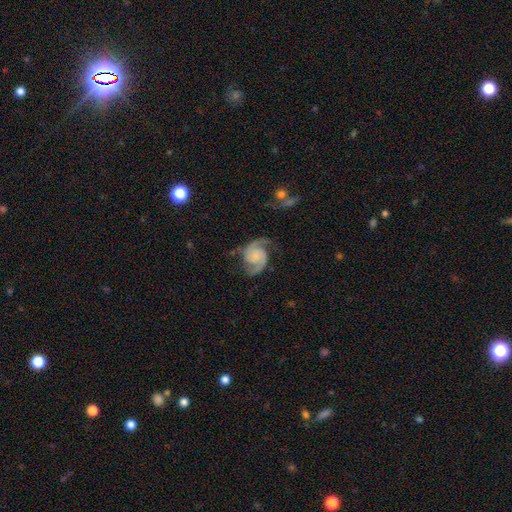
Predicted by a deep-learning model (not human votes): This appears to be a featured or disk galaxy (90%) with no bar (66%), 2 (94%) medium (56%) spiral arms (98%) and no central bulge (43%). Merging: none (73%).